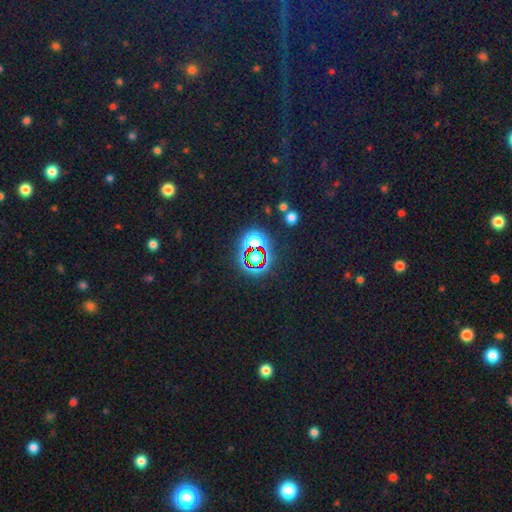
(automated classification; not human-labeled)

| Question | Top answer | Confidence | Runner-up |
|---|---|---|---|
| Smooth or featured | star or artifact | 71% | smooth (18%) |